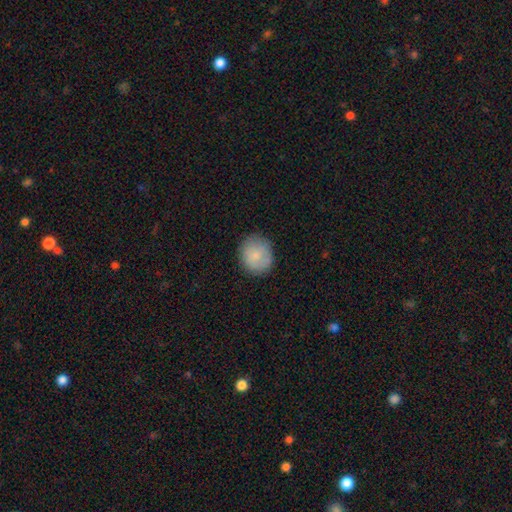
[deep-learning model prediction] smooth-or-featured: smooth: 83% | featured or disk: 10% | star or artifact: 7%
  how-rounded: round: 84% | in between: 15% | cigar-shaped: 1%
  merging: none: 82% | minor disturbance: 13% | major disturbance: 4% | merger: 1%